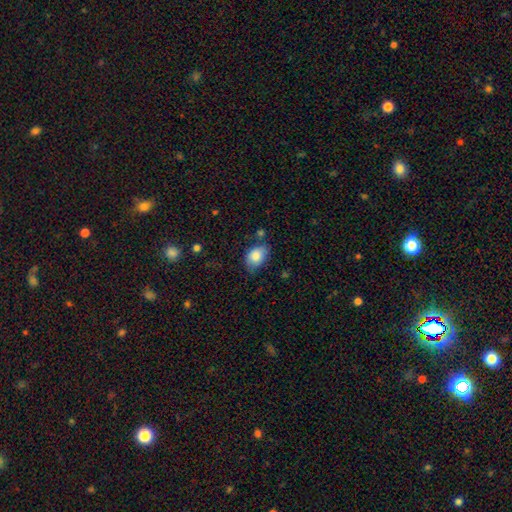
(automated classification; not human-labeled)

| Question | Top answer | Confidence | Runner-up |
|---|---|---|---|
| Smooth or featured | smooth | 84% | featured or disk (9%) |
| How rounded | in between | 84% | round (15%) |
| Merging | none | 61% | minor disturbance (28%) |